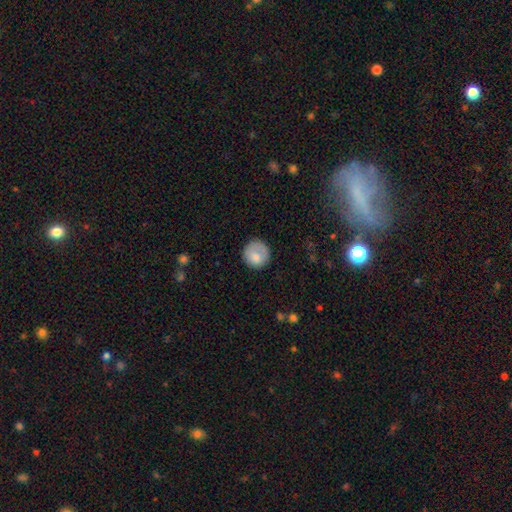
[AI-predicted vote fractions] This is likely a smooth galaxy (79%). How rounded: clearly round (90%). Merging: likely none (74%).